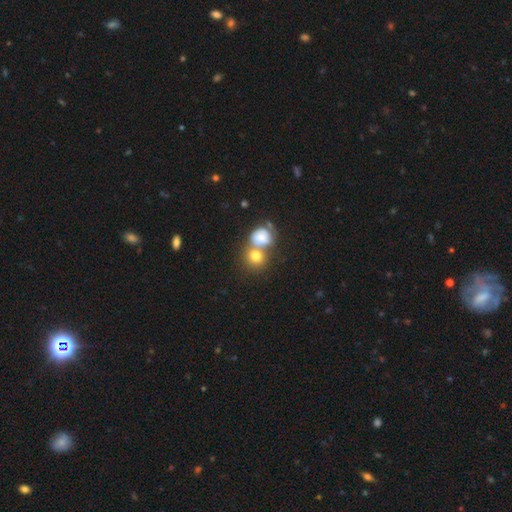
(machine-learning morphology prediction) Smooth or featured?
  - smooth: 75% *
  - featured or disk: 15%
  - star or artifact: 10%
How rounded?
  - round: 75% *
  - in between: 24%
  - cigar-shaped: 1%
Merging?
  - merger: 55% *
  - none: 33%
  - minor disturbance: 8%
  - major disturbance: 4%